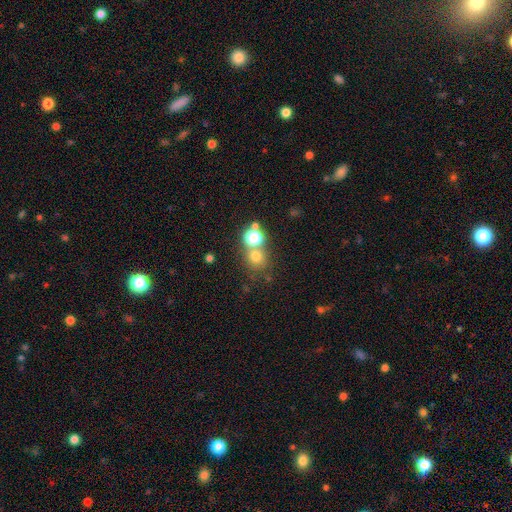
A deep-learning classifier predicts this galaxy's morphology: Smooth or featured? smooth (68%)
How rounded? round (83%)
Merging? none (56%)